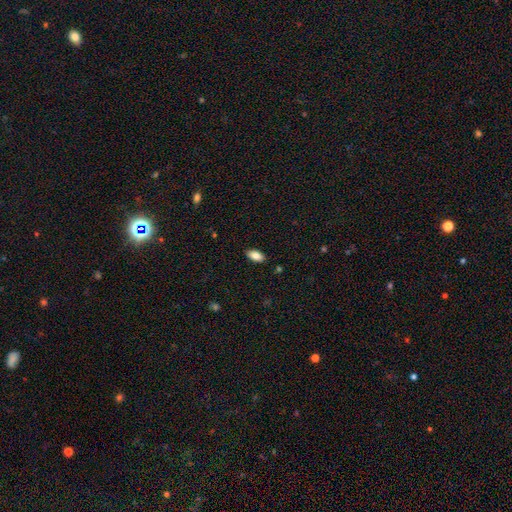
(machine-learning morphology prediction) The model was most divided on "smooth or featured": smooth: 85%, featured or disk: 8%, star or artifact: 7%. More confident: how rounded — in between (91%); merging — none (88%).